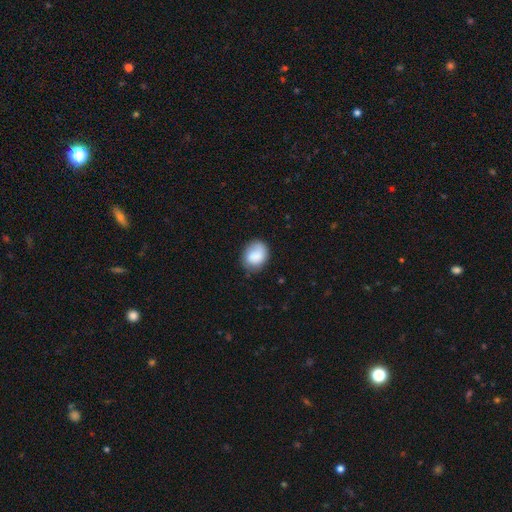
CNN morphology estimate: A smooth galaxy with no disk features (84%) that is round (52%). Merging: none (70%).